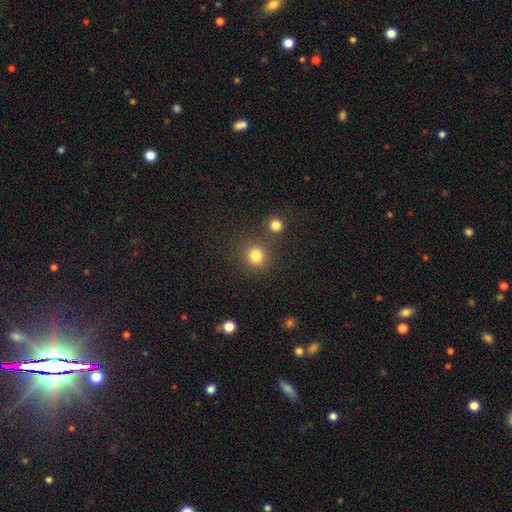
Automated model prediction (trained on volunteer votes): The model was most divided on "smooth or featured": smooth: 82%, star or artifact: 13%, featured or disk: 5%. More confident: how rounded — round (90%); merging — none (80%).